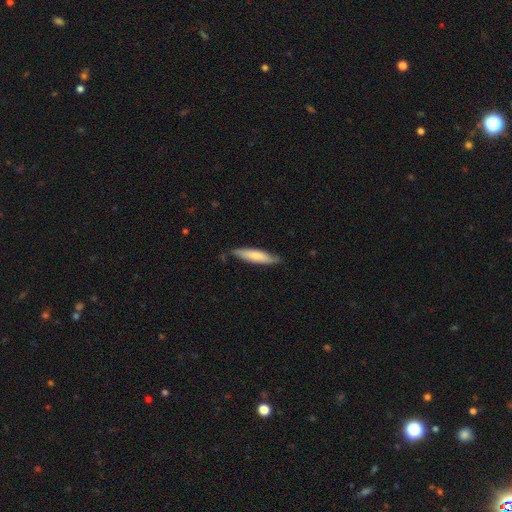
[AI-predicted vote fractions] Q: Smooth or featured?
A: smooth (69%); runner-up: featured or disk (25%)
Q: How rounded?
A: cigar-shaped (78%); runner-up: in between (21%)
Q: Merging?
A: none (77%); runner-up: minor disturbance (19%)